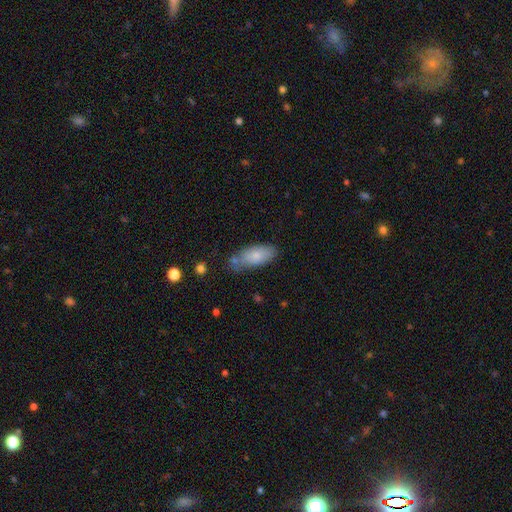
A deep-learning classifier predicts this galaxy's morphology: Q: Smooth or featured?
A: smooth (78%); runner-up: featured or disk (15%)
Q: How rounded?
A: in between (83%); runner-up: cigar-shaped (14%)
Q: Merging?
A: none (60%); runner-up: minor disturbance (23%)